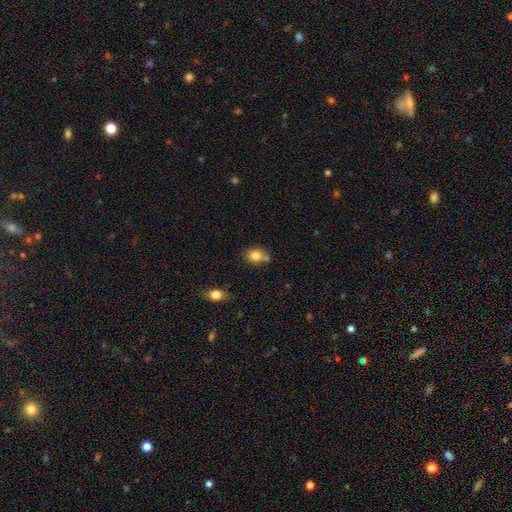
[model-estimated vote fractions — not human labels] Smooth or featured?
  - smooth: 81% *
  - star or artifact: 10%
  - featured or disk: 9%
How rounded?
  - round: 55% *
  - in between: 44%
  - cigar-shaped: 1%
Merging?
  - none: 58% *
  - merger: 22%
  - minor disturbance: 15%
  - major disturbance: 4%